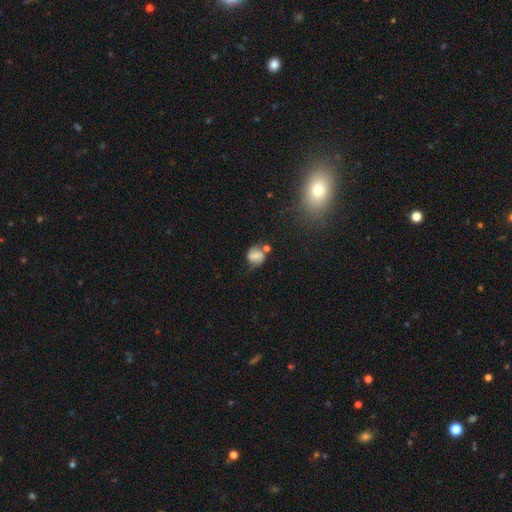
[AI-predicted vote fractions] smooth 53%, featured or disk 35%, star or artifact 12%. Down the decision tree: how rounded — round (61%); merging — none (48%).